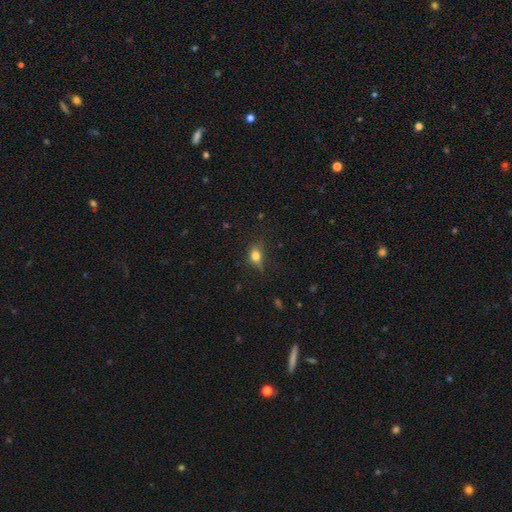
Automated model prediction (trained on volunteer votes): The model was most divided on "how rounded": in between: 57%, round: 39%, cigar-shaped: 4%. More confident: smooth or featured — smooth (75%); merging — none (59%).